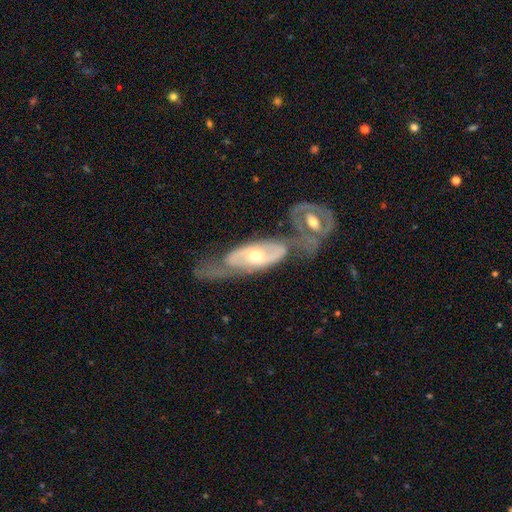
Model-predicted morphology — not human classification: This appears to be a featured or disk galaxy (78%) with no bar (56%), 2 (66%) tight (42%) spiral arms (82%) and a moderate central bulge (64%). Merging: merger (40%).